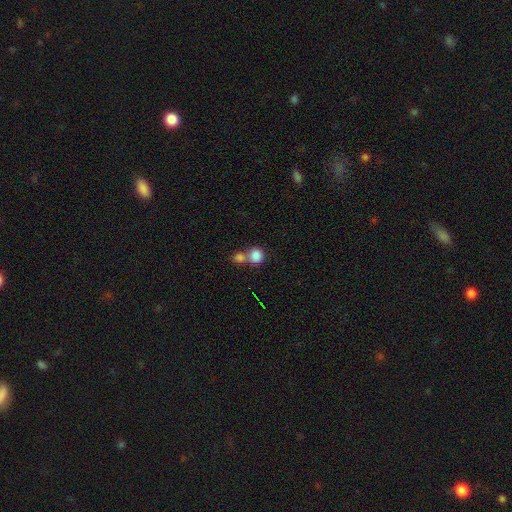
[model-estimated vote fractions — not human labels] Overall: smooth (84%). How rounded: round (83%). Merging: merger (49%; none 40%).